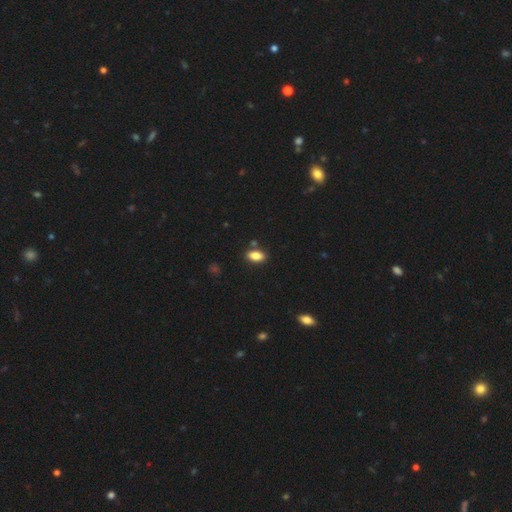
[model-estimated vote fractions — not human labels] The model was most divided on "merging": none: 84%, minor disturbance: 10%, merger: 5%, major disturbance: 2%. More confident: how rounded — in between (89%); smooth or featured — smooth (85%).